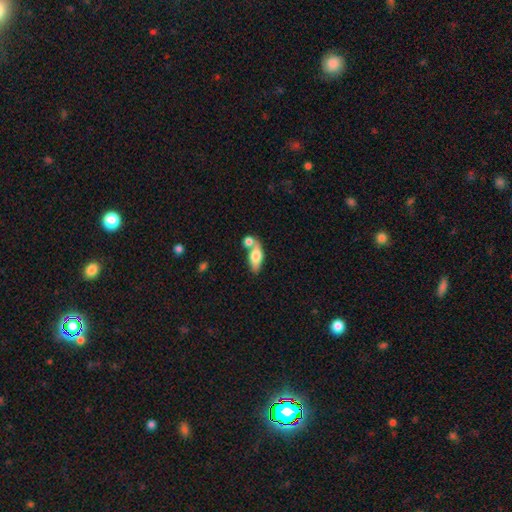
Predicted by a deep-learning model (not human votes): Smooth or featured?
  - smooth: 66% *
  - featured or disk: 28%
  - star or artifact: 7%
How rounded?
  - in between: 78% *
  - cigar-shaped: 17%
  - round: 6%
Merging?
  - none: 42% *
  - merger: 39%
  - minor disturbance: 13%
  - major disturbance: 6%